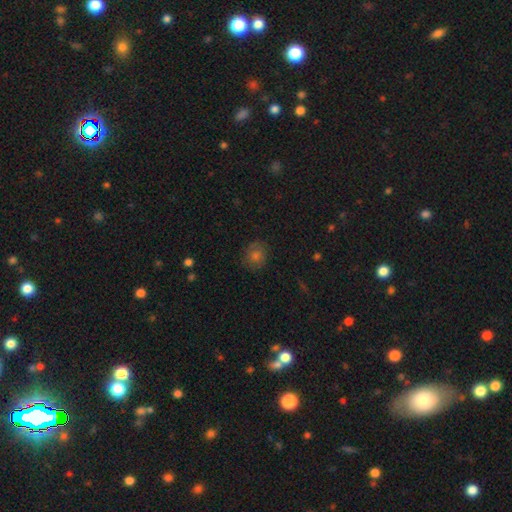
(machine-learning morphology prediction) Smooth or featured?
  - smooth: 70% *
  - star or artifact: 18%
  - featured or disk: 12%
How rounded?
  - round: 80% *
  - in between: 19%
  - cigar-shaped: 1%
Merging?
  - none: 82% *
  - minor disturbance: 13%
  - major disturbance: 3%
  - merger: 1%